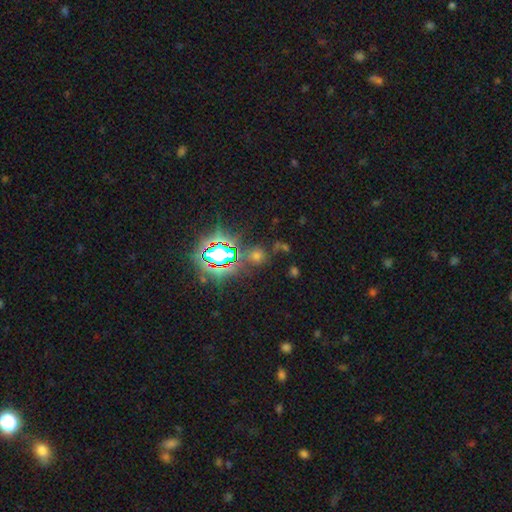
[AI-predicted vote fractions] Morphology: type=star or artifact (54%).